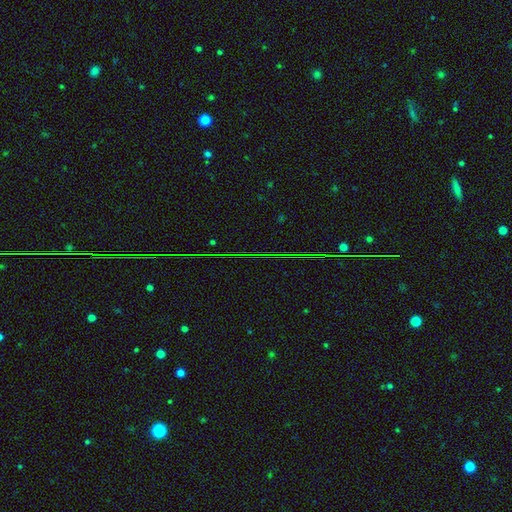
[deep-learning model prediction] This is clearly a star or artifact rather than a galaxy (83%).